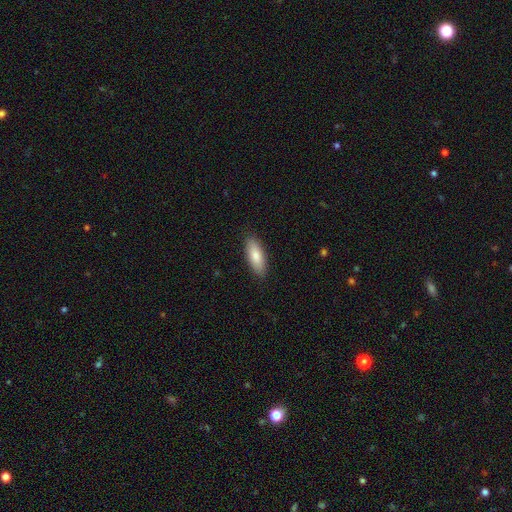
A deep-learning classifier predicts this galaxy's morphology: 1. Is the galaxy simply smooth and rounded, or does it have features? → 82% smooth, 13% featured or disk, 6% star or artifact.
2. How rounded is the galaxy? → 68% in between, 30% cigar-shaped, 2% round.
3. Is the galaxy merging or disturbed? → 88% none, 9% minor disturbance, 2% major disturbance, 1% merger.